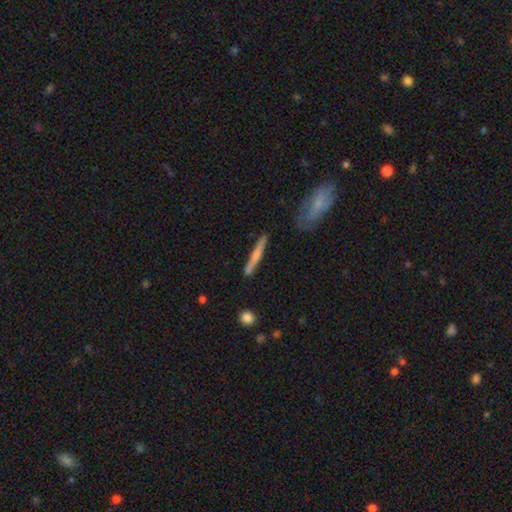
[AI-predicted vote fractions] Overall: smooth (47%, tied with featured or disk). Merging: none (85%).